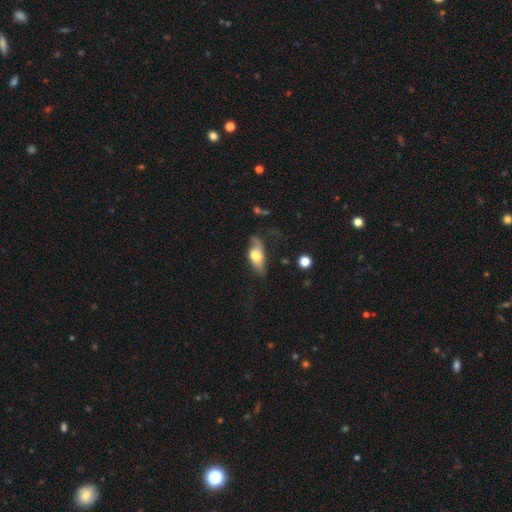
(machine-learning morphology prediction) A smooth galaxy with no disk features (56%) that is in between round and cigar-shaped (82%).

Vote fractions:
- Smooth or featured? smooth: 56% / featured or disk: 36% / star or artifact: 8%
- How rounded? in between: 82% / cigar-shaped: 14% / round: 4%
- Merging? none: 41% / minor disturbance: 31% / major disturbance: 24% / merger: 4%